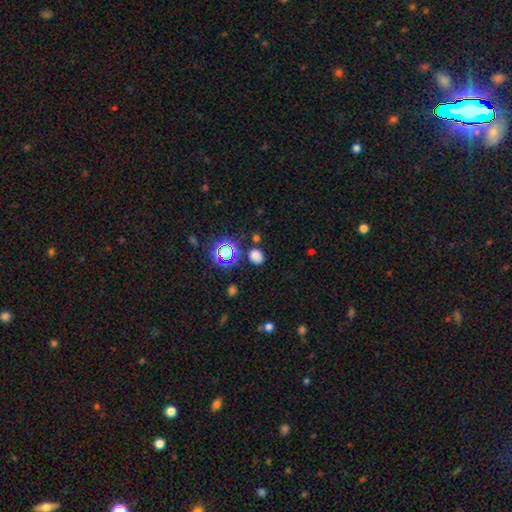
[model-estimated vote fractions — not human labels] Morphology: type=smooth (72%); roundness=round (62%); merging=none (80%).